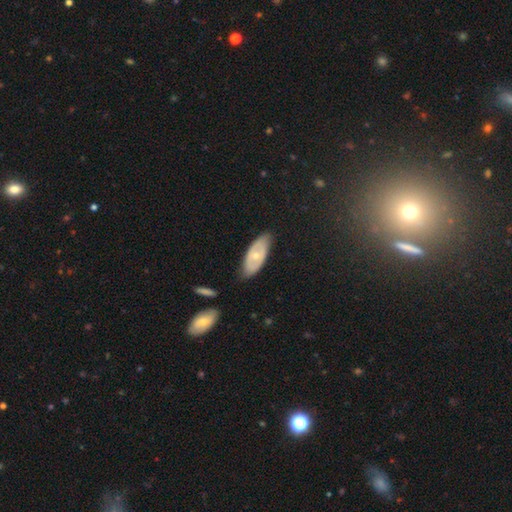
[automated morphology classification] This is possibly a featured or disk galaxy (52%). It is clearly not viewed edge-on (83%). Merging: likely none (74%).